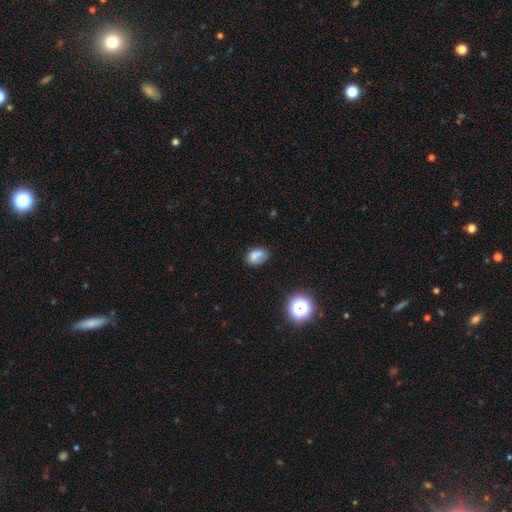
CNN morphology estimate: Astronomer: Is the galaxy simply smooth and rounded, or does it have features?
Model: smooth — 69%.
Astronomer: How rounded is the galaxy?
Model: in between — 75%.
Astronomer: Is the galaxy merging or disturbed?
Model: none — 50%.